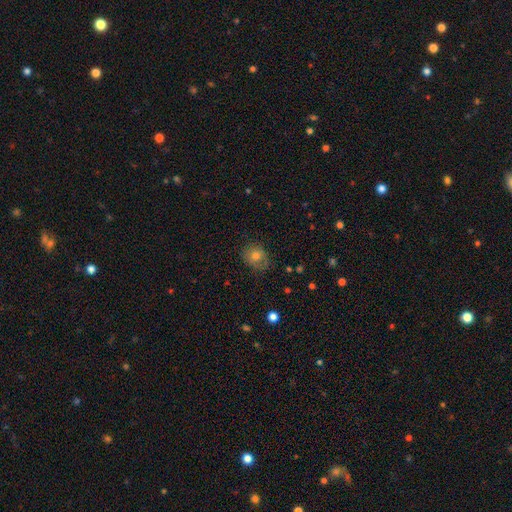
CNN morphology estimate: A smooth galaxy with no disk features (69%) that is round (61%). Merging: none (71%).